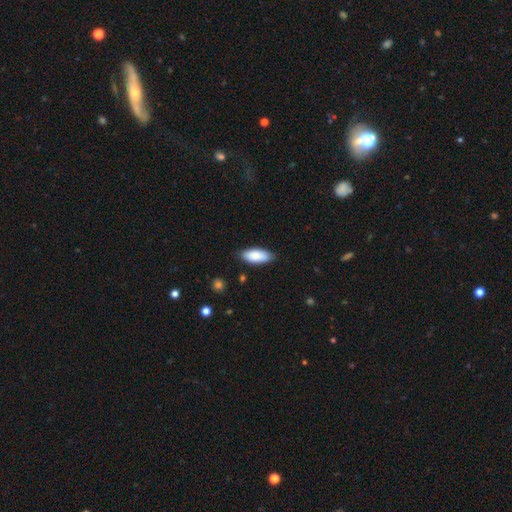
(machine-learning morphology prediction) Smooth or featured? smooth (85%)
How rounded? in between (85%)
Merging? none (85%)